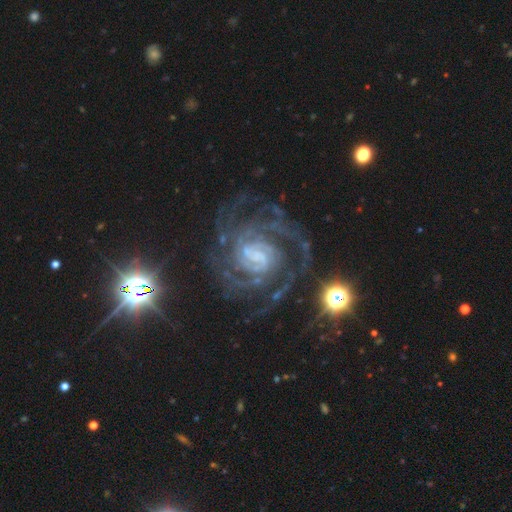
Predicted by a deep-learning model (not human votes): Smooth or featured?
  - featured or disk: 89% *
  - star or artifact: 7%
  - smooth: 4%
Edge-on disk?
  - no: 98% *
  - yes: 2%
Bar?
  - weak: 45% *
  - no: 34%
  - strong: 21%
Spiral arms?
  - yes: 98% *
  - no: 2%
Spiral winding?
  - tight: 63% *
  - medium: 31%
  - loose: 5%
Spiral arm count?
  - 2: 24% *
  - can't tell: 21%
  - 3: 20%
  - 4: 15%
  - more than 4: 11%
  - 1: 9%
Bulge size?
  - small: 39% *
  - moderate: 26%
  - none: 24%
  - large: 9%
  - dominant: 2%
Merging?
  - none: 69% *
  - minor disturbance: 15%
  - major disturbance: 13%
  - merger: 2%